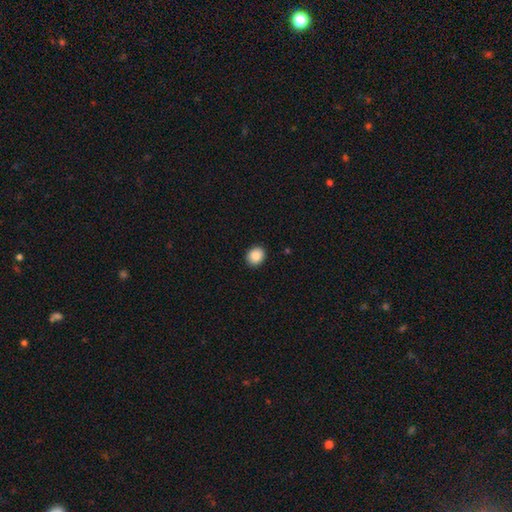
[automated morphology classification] Q: Smooth or featured?
A: smooth (88%); runner-up: star or artifact (8%)
Q: How rounded?
A: round (65%); runner-up: in between (34%)
Q: Merging?
A: none (91%); runner-up: minor disturbance (6%)